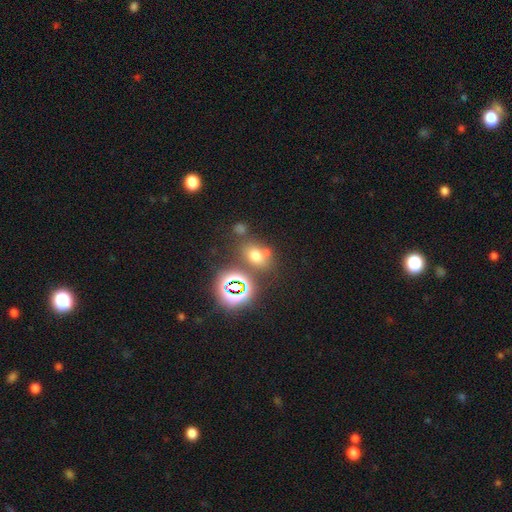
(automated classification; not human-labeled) Smooth or featured: smooth — 60% (star or artifact — 29%)
How rounded: in between — 60% (round — 39%)
Merging: none — 62% (merger — 18%)